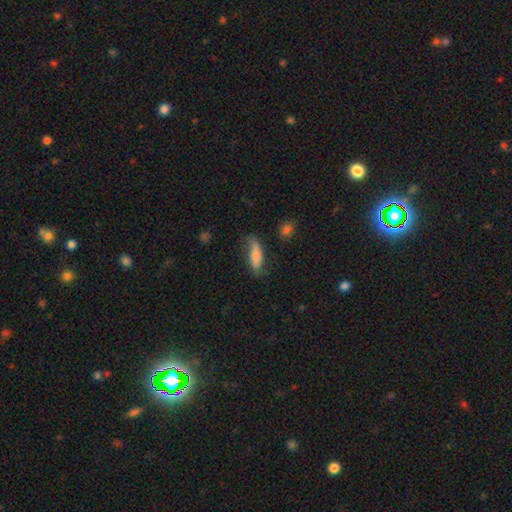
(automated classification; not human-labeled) Smooth or featured? smooth (63%)
How rounded? in between (58%)
Merging? none (58%)